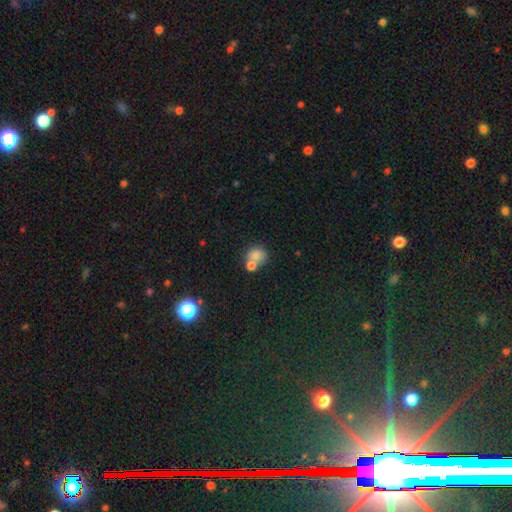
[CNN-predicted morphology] The model was most divided on "merging": none: 43%, merger: 42%, minor disturbance: 10%, major disturbance: 5%. More confident: smooth or featured — smooth (77%); how rounded — round (74%).